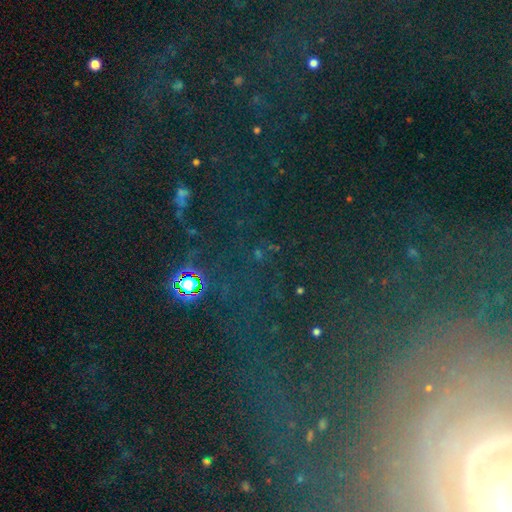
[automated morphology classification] This appears to be a star or artifact, not a galaxy (80%).